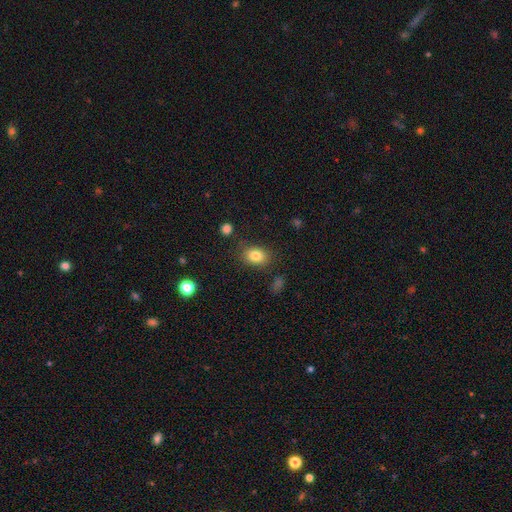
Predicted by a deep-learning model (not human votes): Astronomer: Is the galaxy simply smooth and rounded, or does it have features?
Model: smooth — 83%.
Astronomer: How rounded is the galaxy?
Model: in between — 69%.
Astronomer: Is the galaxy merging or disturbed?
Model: none — 79%.